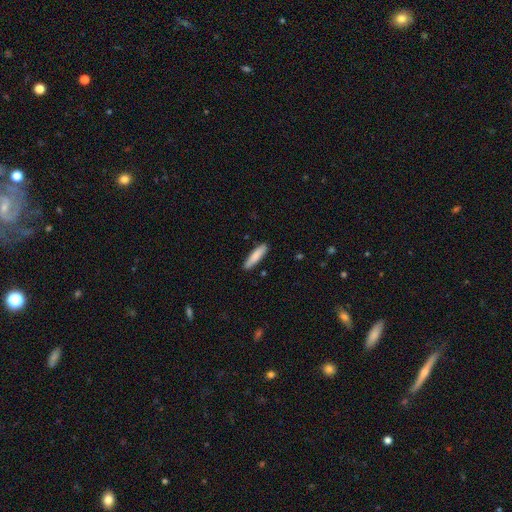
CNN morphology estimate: This is clearly a smooth galaxy (84%). How rounded: likely cigar-shaped (77%). Merging: clearly none (88%).